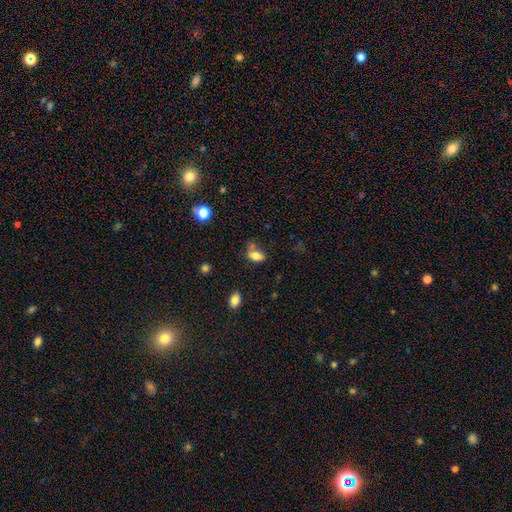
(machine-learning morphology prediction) Smooth or featured? smooth (79%)
How rounded? in between (87%)
Merging? none (47%)